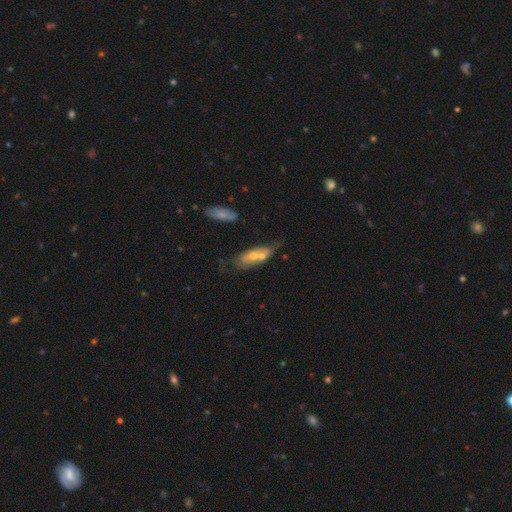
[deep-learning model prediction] A smooth galaxy with no disk features (54%) that is in between round and cigar-shaped (70%).

Vote fractions:
- Smooth or featured? smooth: 54% / featured or disk: 39% / star or artifact: 7%
- How rounded? in between: 70% / cigar-shaped: 26% / round: 4%
- Merging? merger: 39% / none: 32% / minor disturbance: 19% / major disturbance: 10%